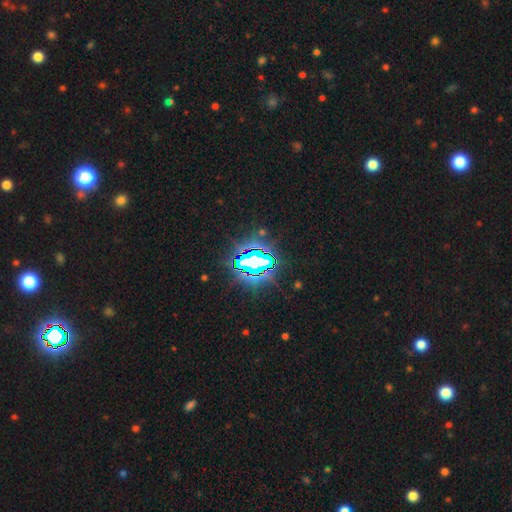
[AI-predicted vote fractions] This is clearly a star or artifact rather than a galaxy (80%).